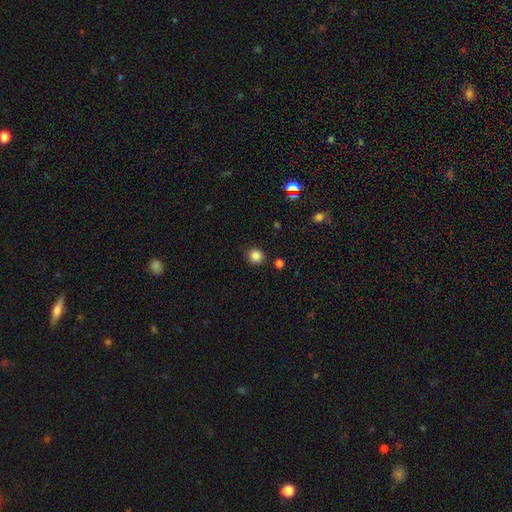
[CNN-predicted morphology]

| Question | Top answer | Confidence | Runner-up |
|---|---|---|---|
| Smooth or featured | smooth | 84% | star or artifact (12%) |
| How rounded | round | 90% | in between (9%) |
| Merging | none | 88% | minor disturbance (7%) |